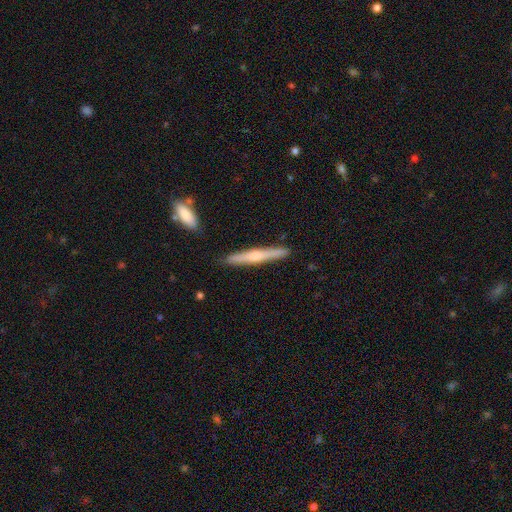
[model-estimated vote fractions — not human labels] Morphology: type=featured or disk (51%); edge-on=yes (97%); merging=none (87%).